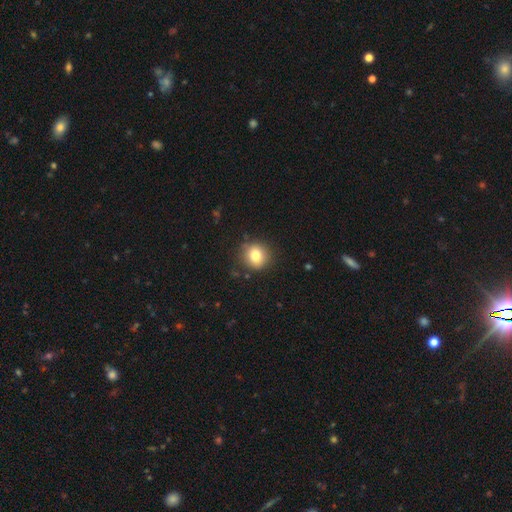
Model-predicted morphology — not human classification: Smooth or featured? smooth (79%)
How rounded? round (88%)
Merging? none (87%)